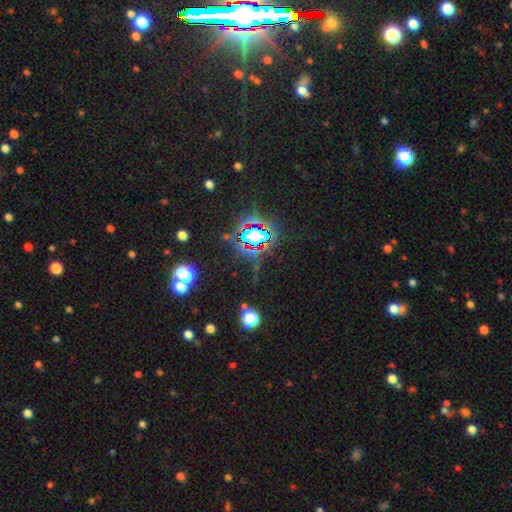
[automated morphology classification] type=star or artifact (81%).